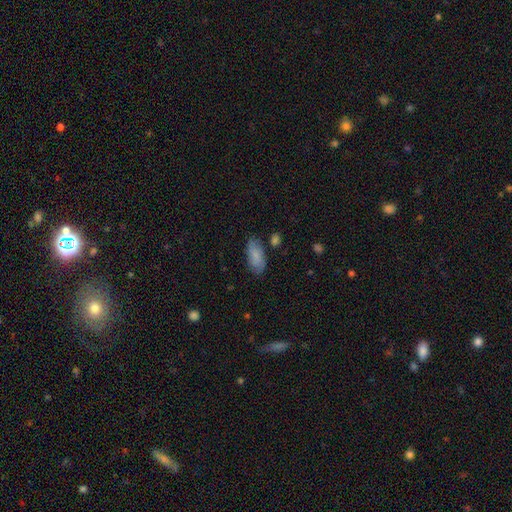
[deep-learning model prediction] Smooth or featured? Predicted: smooth (p=0.76). How rounded? Predicted: in between (p=0.90). Merging? Predicted: none (p=0.71).